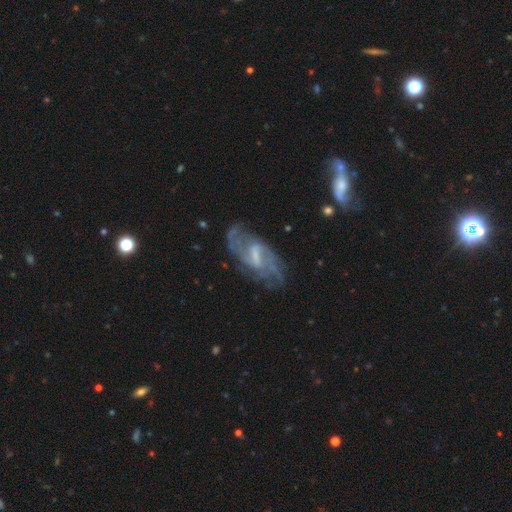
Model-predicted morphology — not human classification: Smooth or featured: featured or disk — 84% (smooth — 10%)
Edge-on disk: no — 94% (yes — 6%)
Bar: weak — 56% (strong — 29%)
Spiral arms: yes — 92% (no — 8%)
Spiral winding: medium — 47% (tight — 27%)
Spiral arm count: 2 — 47% (can't tell — 27%)
Bulge size: small — 39% (moderate — 33%)
Merging: none — 67% (minor disturbance — 19%)